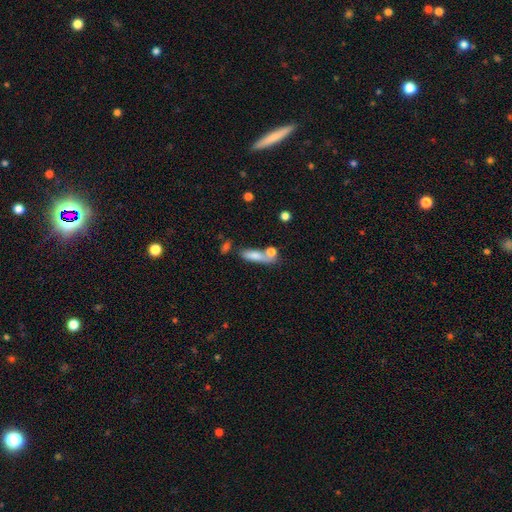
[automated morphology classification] Overall: smooth (74%). How rounded: cigar-shaped (52%; in between 42%). Merging: none (44%; merger 30%).